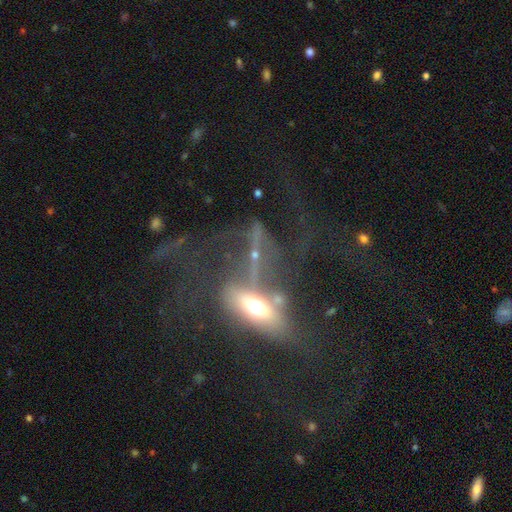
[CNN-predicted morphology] A featured or disk galaxy (57%).

Vote fractions:
- Smooth or featured? featured or disk: 57% / smooth: 28% / star or artifact: 15%
- Edge-on disk? no: 65% / yes: 35%
- Merging? major disturbance: 45% / none: 23% / merger: 21% / minor disturbance: 12%